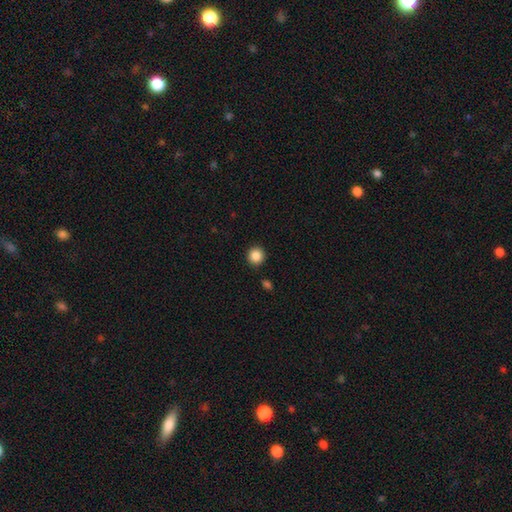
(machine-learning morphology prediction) The model was most divided on "smooth or featured": smooth: 87%, star or artifact: 10%, featured or disk: 4%. More confident: how rounded — round (92%); merging — none (90%).